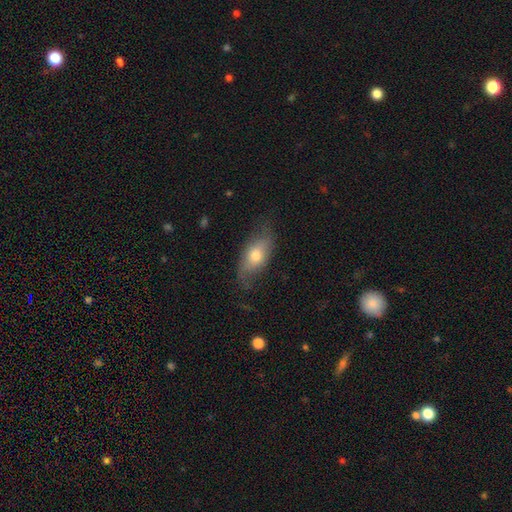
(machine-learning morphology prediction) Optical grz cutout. It shows a smooth galaxy with no disk features (57%) that is in between round and cigar-shaped (85%). Merging: none (64%).